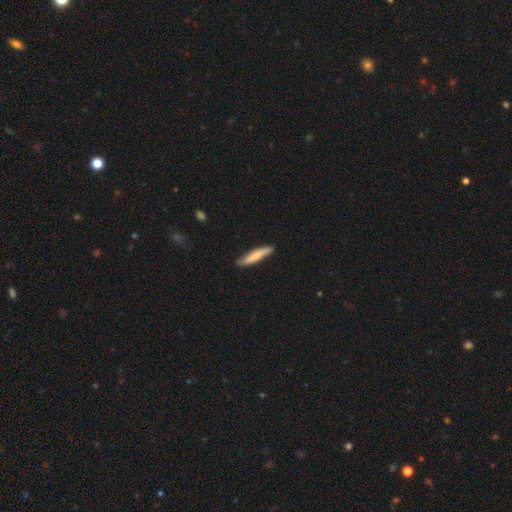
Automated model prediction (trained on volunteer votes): A smooth galaxy with no disk features (65%) that is cigar-shaped (88%). Merging: none (83%).